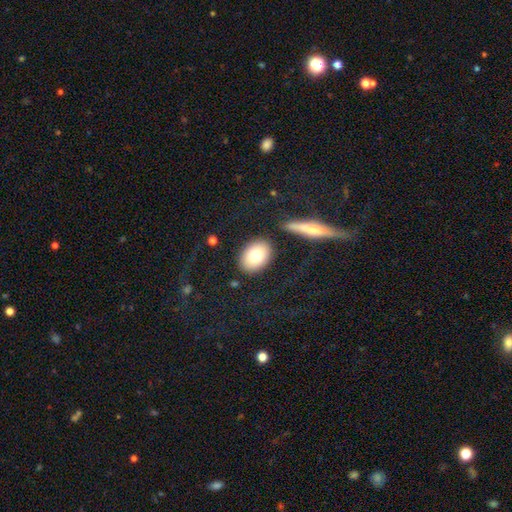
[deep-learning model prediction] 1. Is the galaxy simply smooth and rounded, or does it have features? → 78% smooth, 14% featured or disk, 8% star or artifact.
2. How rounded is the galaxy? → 75% in between, 23% round, 2% cigar-shaped.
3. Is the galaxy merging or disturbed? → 85% none, 9% minor disturbance, 4% merger, 3% major disturbance.